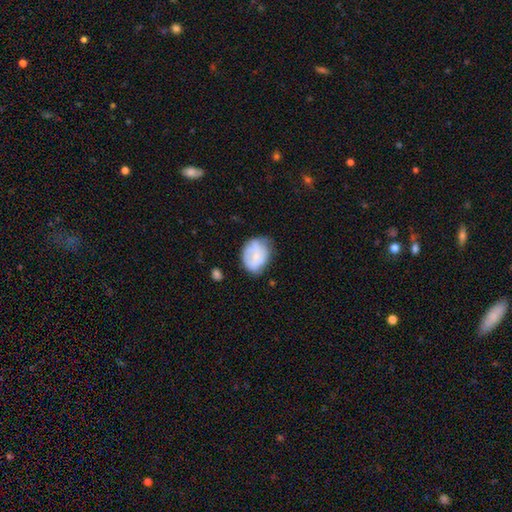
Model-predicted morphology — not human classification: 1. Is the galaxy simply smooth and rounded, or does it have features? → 57% smooth, 35% featured or disk, 7% star or artifact.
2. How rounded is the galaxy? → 61% in between, 38% round, 1% cigar-shaped.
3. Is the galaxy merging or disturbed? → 48% none, 35% minor disturbance, 13% major disturbance, 3% merger.